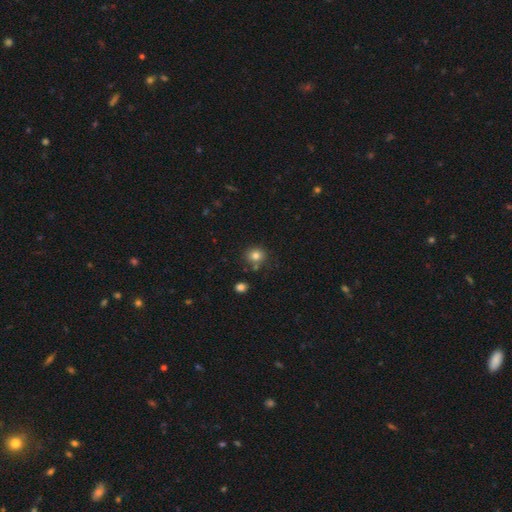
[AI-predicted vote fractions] The model was most divided on "merging": none: 76%, minor disturbance: 11%, merger: 9%, major disturbance: 3%. More confident: how rounded — round (83%); smooth or featured — smooth (81%).